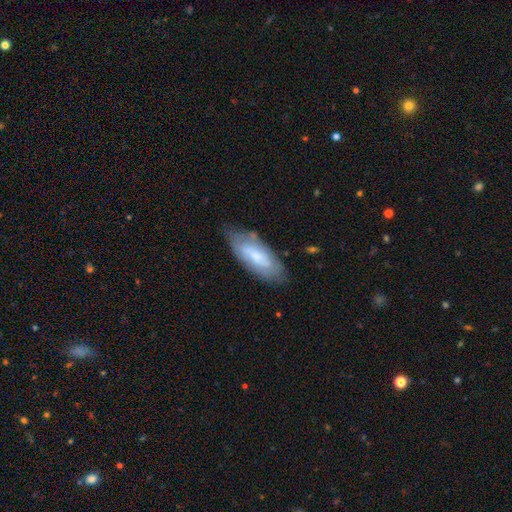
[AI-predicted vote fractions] Smooth or featured: smooth — 51% (featured or disk — 42%)
How rounded: in between — 76% (cigar-shaped — 22%)
Merging: none — 70% (minor disturbance — 23%)